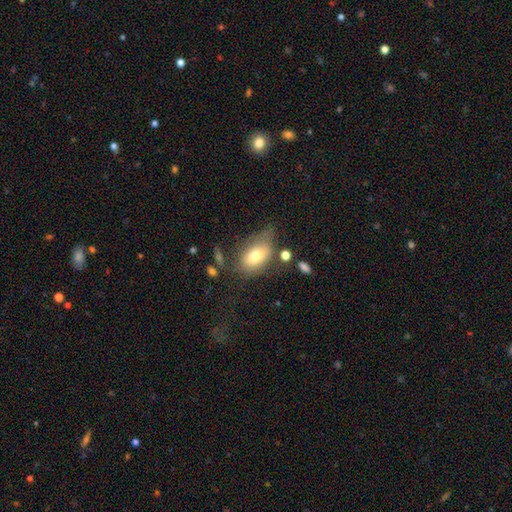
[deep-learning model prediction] The model was most divided on "merging": none: 44%, minor disturbance: 29%, major disturbance: 19%, merger: 8%. More confident: how rounded — in between (87%); smooth or featured — smooth (69%).